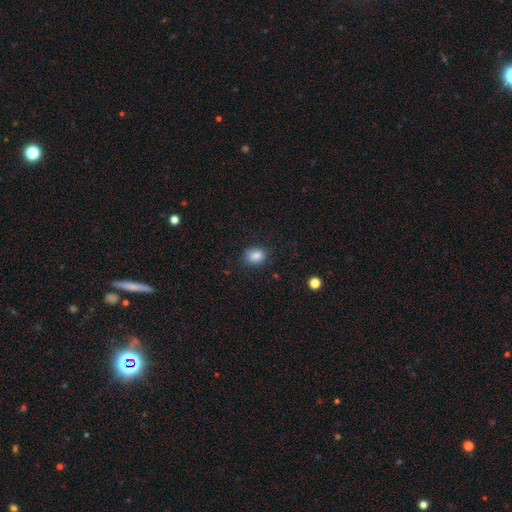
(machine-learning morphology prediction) Smooth or featured: smooth — 86% (star or artifact — 10%)
How rounded: in between — 58% (round — 41%)
Merging: none — 82% (minor disturbance — 14%)